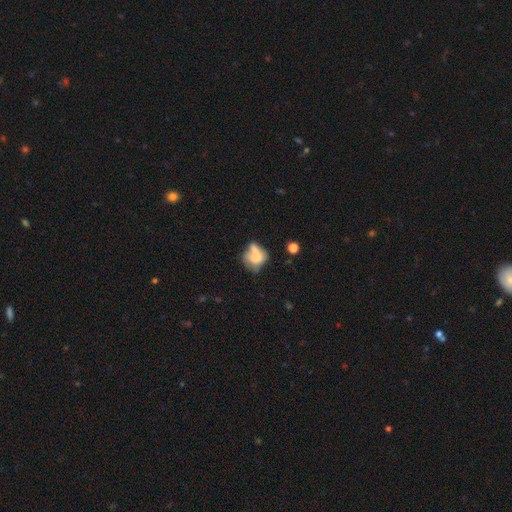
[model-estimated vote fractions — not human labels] Q: Smooth or featured?
A: smooth (59%); runner-up: featured or disk (31%)
Q: How rounded?
A: in between (51%); runner-up: round (47%)
Q: Merging?
A: merger (39%); runner-up: none (26%)